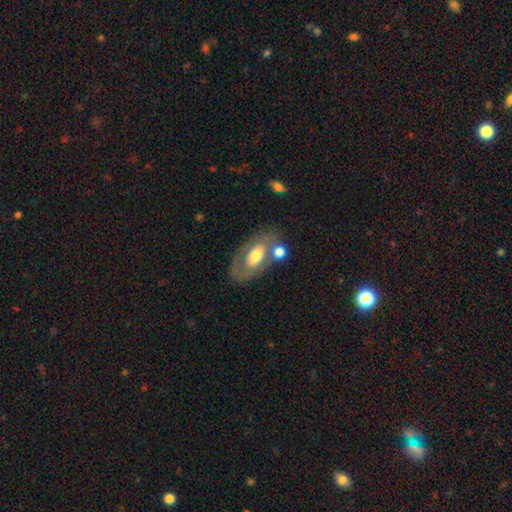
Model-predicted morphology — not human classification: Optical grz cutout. It shows a featured or disk galaxy (50%). Merging: none (56%).